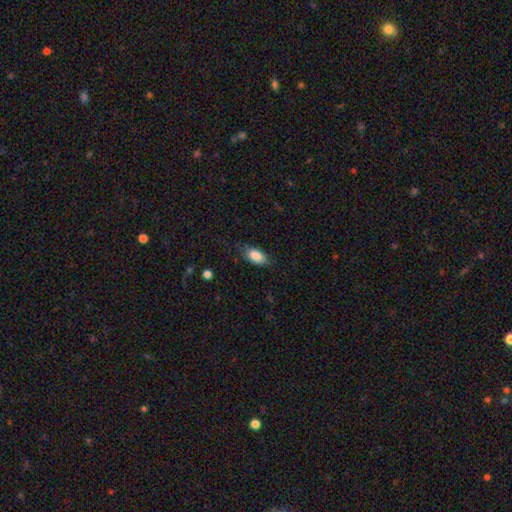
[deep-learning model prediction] smooth_or_featured: smooth (p=0.84) [alt: featured or disk p=0.09]
how_rounded: in between (p=0.90) [alt: cigar-shaped p=0.05]
merging: none (p=0.74) [alt: minor disturbance p=0.20]